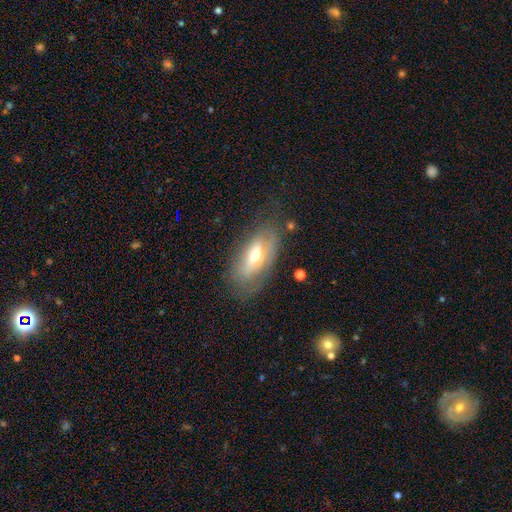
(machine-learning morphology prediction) A smooth galaxy with no disk features (46%).

Vote fractions:
- Smooth or featured? smooth: 46% / featured or disk: 45% / star or artifact: 8%
- Merging? none: 63% / minor disturbance: 23% / major disturbance: 11% / merger: 2%